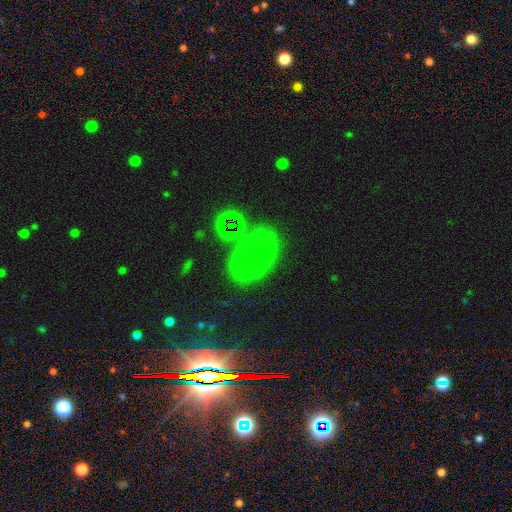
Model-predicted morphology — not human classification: Smooth or featured: smooth — 40% (star or artifact — 35%)
Merging: none — 48% (minor disturbance — 22%)